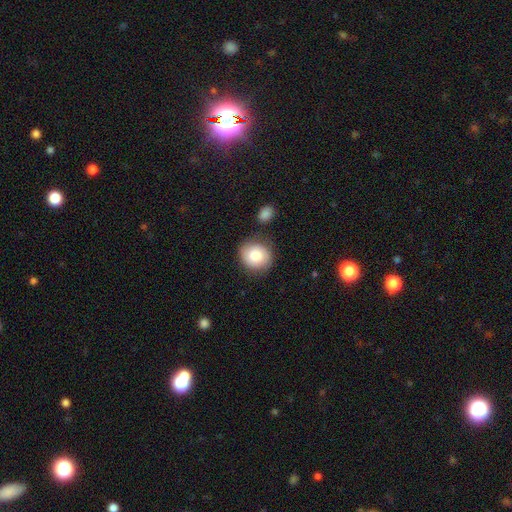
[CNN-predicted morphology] The model was most divided on "merging": none: 75%, minor disturbance: 15%, merger: 6%, major disturbance: 4%. More confident: how rounded — round (82%); smooth or featured — smooth (79%).